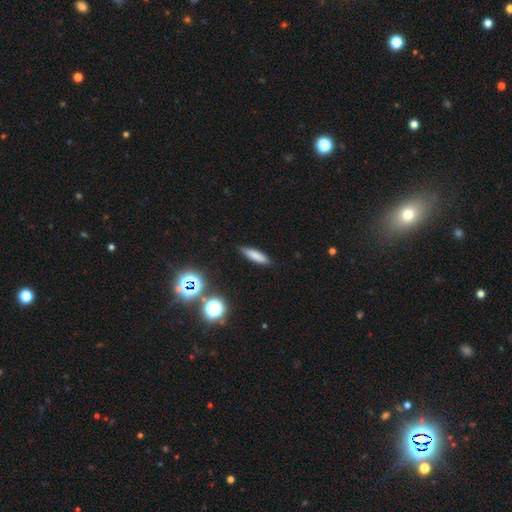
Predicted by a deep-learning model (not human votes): Smooth or featured? Predicted: smooth (p=0.78). How rounded? Predicted: cigar-shaped (p=0.67). Merging? Predicted: none (p=0.86).